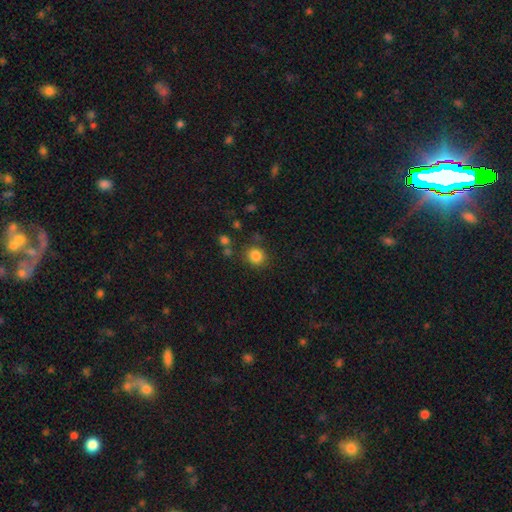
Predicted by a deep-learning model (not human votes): Smooth or featured: smooth — 85% (star or artifact — 11%)
How rounded: round — 87% (in between — 12%)
Merging: none — 83% (minor disturbance — 10%)